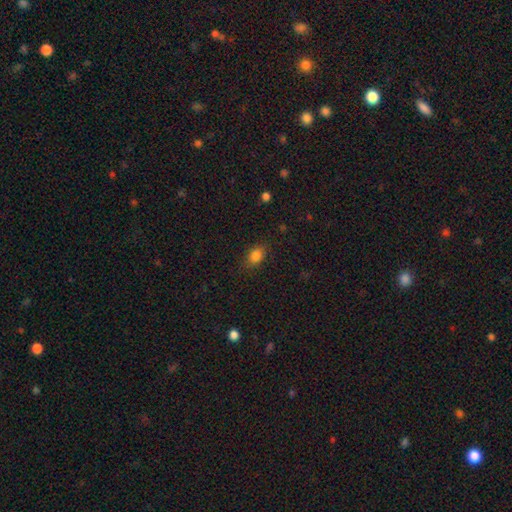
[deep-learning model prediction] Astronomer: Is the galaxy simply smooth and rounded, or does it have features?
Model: smooth — 82%.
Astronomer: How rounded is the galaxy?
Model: in between — 75%.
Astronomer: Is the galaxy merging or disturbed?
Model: none — 82%.